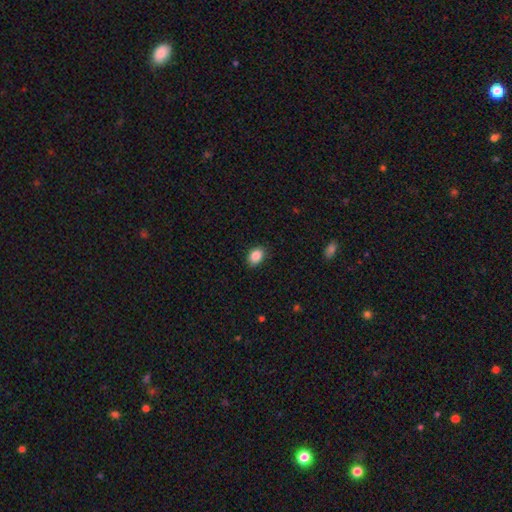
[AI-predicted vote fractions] smooth 88%, star or artifact 8%, featured or disk 4%. Down the decision tree: how rounded — in between (79%); merging — none (87%).